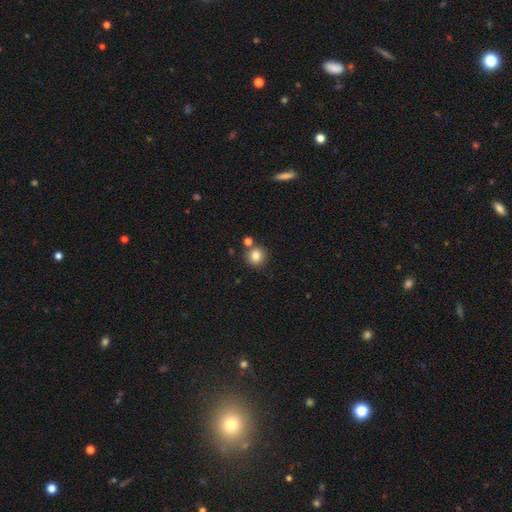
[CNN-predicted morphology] Smooth or featured? Predicted: smooth (p=0.81). How rounded? Predicted: round (p=0.93). Merging? Predicted: none (p=0.78).